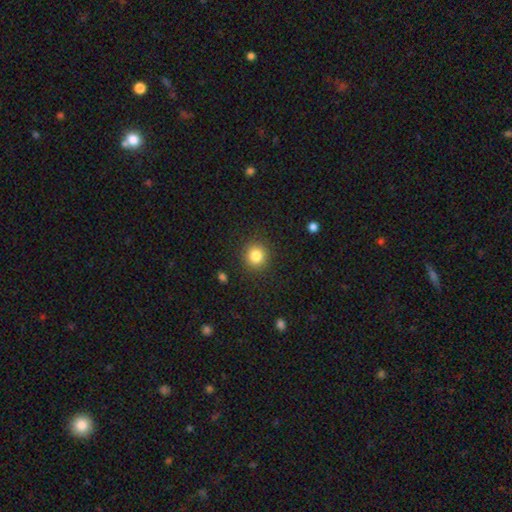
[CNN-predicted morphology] smooth 84%, star or artifact 11%, featured or disk 6%. Down the decision tree: how rounded — round (91%); merging — none (90%).